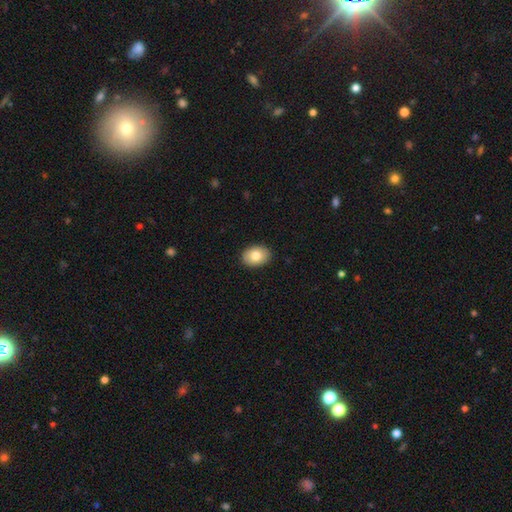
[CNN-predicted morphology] smooth_or_featured: smooth (p=0.81) [alt: featured or disk p=0.12]
how_rounded: in between (p=0.76) [alt: round p=0.23]
merging: none (p=0.91) [alt: minor disturbance p=0.07]